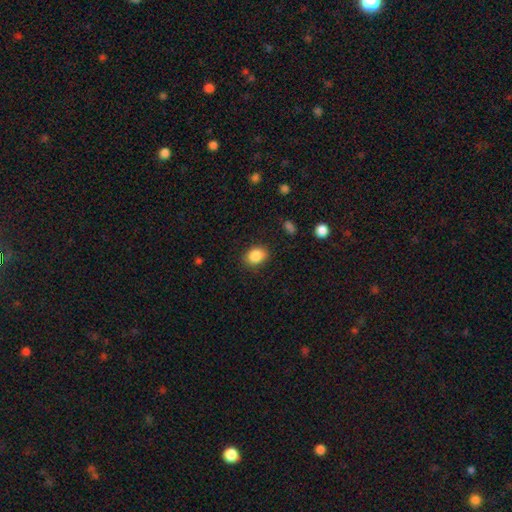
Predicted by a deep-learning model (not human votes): Smooth or featured? smooth (86%)
How rounded? in between (55%)
Merging? none (84%)